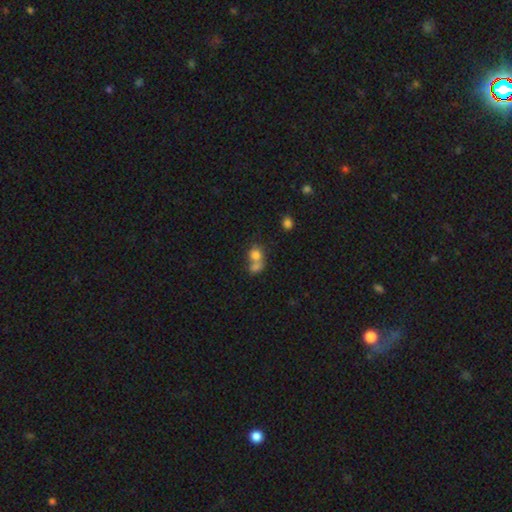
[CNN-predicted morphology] A smooth galaxy with no disk features (76%) that is round (64%).

Vote fractions:
- Smooth or featured? smooth: 76% / featured or disk: 13% / star or artifact: 11%
- How rounded? round: 64% / in between: 35% / cigar-shaped: 1%
- Merging? merger: 64% / none: 25% / minor disturbance: 7% / major disturbance: 4%